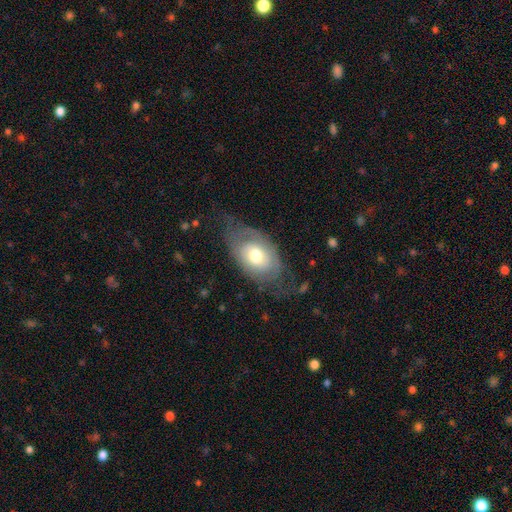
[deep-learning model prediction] smooth-or-featured: smooth: 48% | featured or disk: 45% | star or artifact: 7%
  merging: none: 52% | minor disturbance: 25% | major disturbance: 21% | merger: 2%